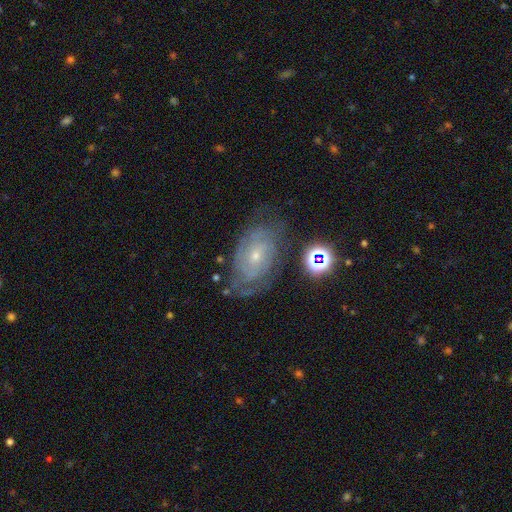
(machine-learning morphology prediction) A featured or disk galaxy (77%) with no bar (68%), tight (67%) spiral arms (90%) and a small central bulge (70%). Merging: none (65%).